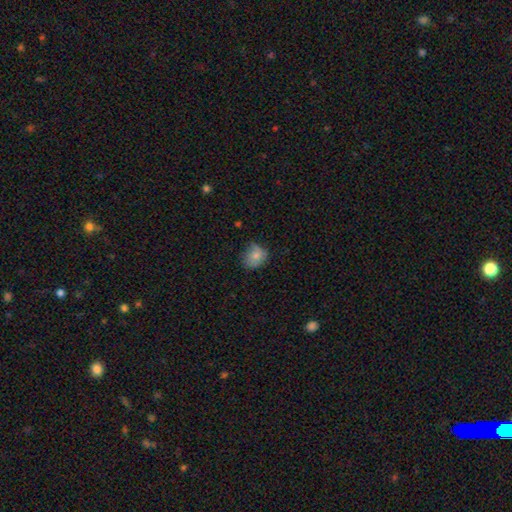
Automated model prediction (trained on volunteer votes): This appears to be a smooth galaxy with no disk features (79%) that is round (59%). Merging: none (56%).